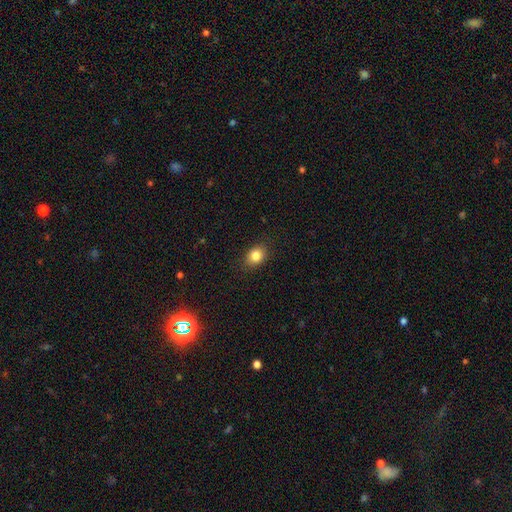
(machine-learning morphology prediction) Smooth or featured?
  - smooth: 83% *
  - star or artifact: 10%
  - featured or disk: 7%
How rounded?
  - in between: 57% *
  - round: 42%
  - cigar-shaped: 1%
Merging?
  - none: 86% *
  - minor disturbance: 11%
  - major disturbance: 3%
  - merger: 1%